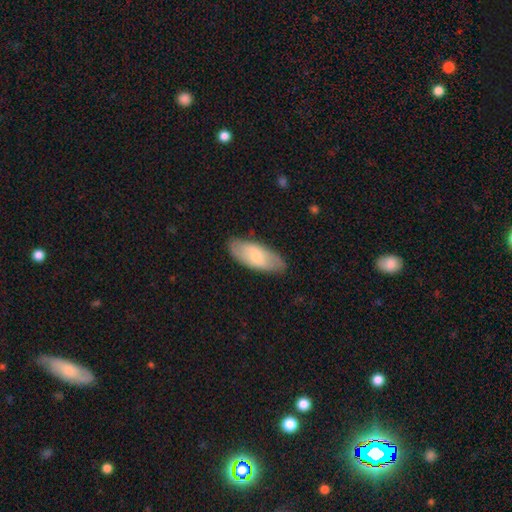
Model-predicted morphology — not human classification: smooth 67%, featured or disk 27%, star or artifact 5%. Down the decision tree: how rounded — in between (85%); merging — none (82%).